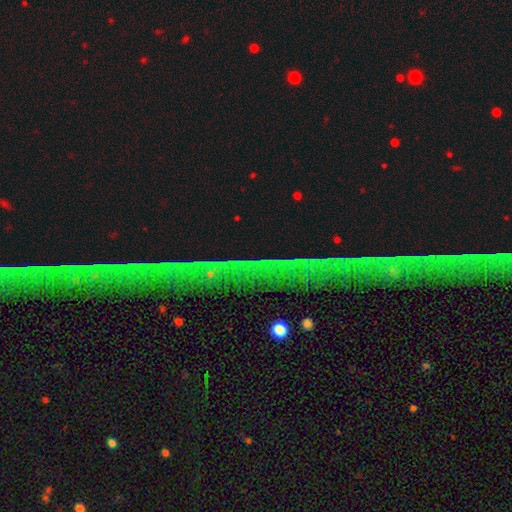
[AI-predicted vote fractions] A star or artifact, not a galaxy (73%).

Vote fractions:
- Smooth or featured? star or artifact: 73% / smooth: 14% / featured or disk: 13%